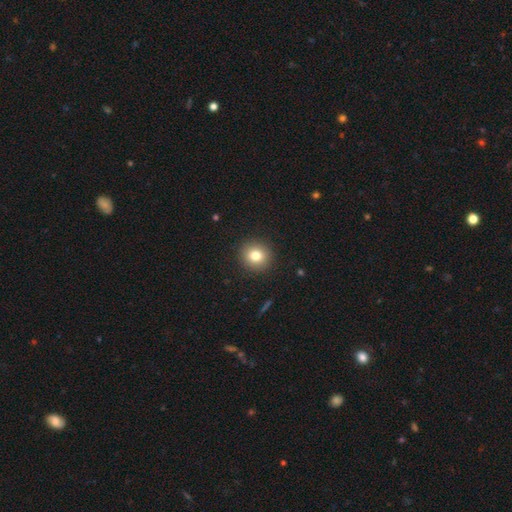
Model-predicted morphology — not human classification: smooth-or-featured: smooth: 80% | star or artifact: 11% | featured or disk: 9%
  how-rounded: round: 90% | in between: 9% | cigar-shaped: 1%
  merging: none: 91% | minor disturbance: 6% | major disturbance: 2% | merger: 1%